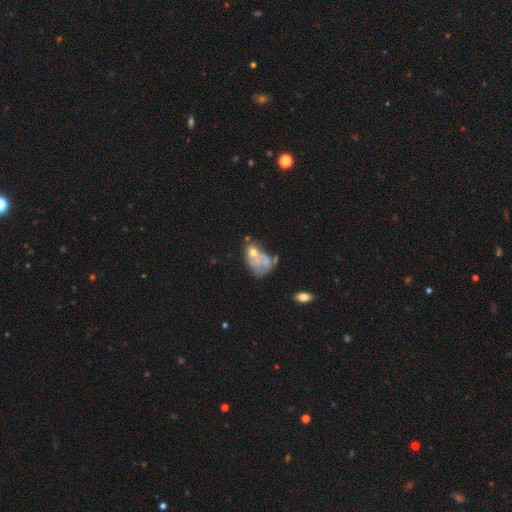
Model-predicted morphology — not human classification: Overall: featured or disk (50%; smooth 37%). Merging: merger (31%; major disturbance 28%).